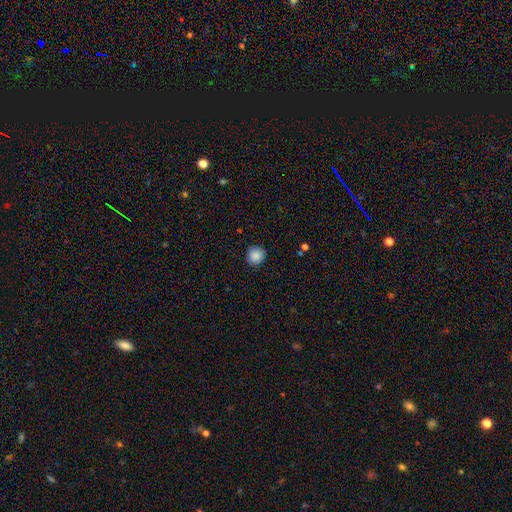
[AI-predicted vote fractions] Smooth or featured? Predicted: smooth (p=0.87). How rounded? Predicted: round (p=0.89). Merging? Predicted: none (p=0.89).